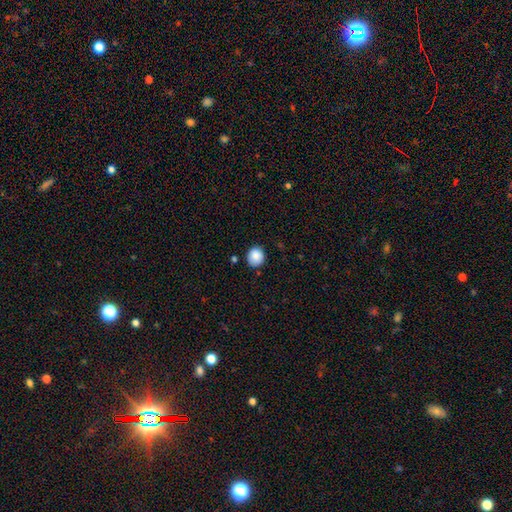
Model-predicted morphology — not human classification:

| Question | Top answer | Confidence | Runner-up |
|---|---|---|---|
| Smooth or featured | smooth | 87% | star or artifact (8%) |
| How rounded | round | 86% | in between (13%) |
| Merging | none | 84% | minor disturbance (11%) |